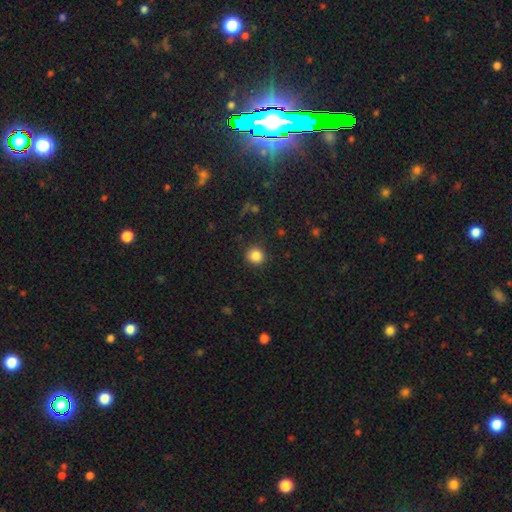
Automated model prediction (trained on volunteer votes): Morphology: type=smooth (85%); roundness=round (91%); merging=none (90%).